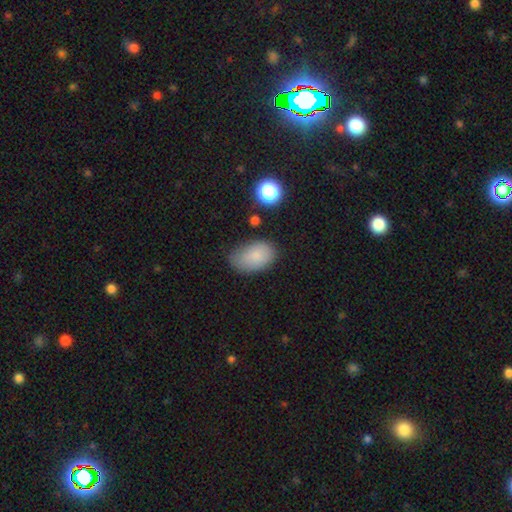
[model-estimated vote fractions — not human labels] Q: Smooth or featured?
A: smooth (82%); runner-up: featured or disk (9%)
Q: How rounded?
A: in between (90%); runner-up: round (9%)
Q: Merging?
A: none (66%); runner-up: minor disturbance (25%)